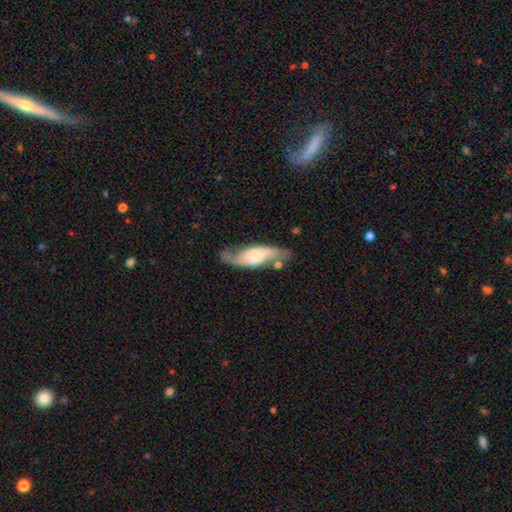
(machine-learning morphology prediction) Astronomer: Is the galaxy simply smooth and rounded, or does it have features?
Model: featured or disk — 71%.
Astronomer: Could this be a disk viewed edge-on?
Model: no — 85%.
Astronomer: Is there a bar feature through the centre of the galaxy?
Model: weak — 43% (runner-up: no, 37%).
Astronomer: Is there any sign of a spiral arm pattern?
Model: yes — 90%.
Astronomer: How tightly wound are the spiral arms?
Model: loose — 58%.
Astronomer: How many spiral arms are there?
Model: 2 — 86%.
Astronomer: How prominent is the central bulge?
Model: small — 31% (runner-up: none, 28%).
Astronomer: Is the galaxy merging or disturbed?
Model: none — 60%.